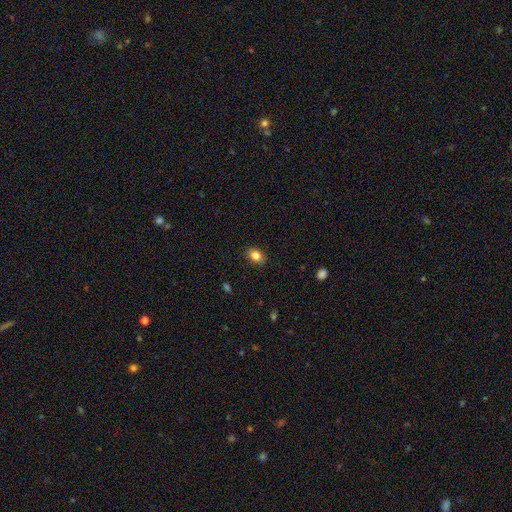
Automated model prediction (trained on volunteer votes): Smooth or featured? smooth (84%)
How rounded? in between (69%)
Merging? none (88%)